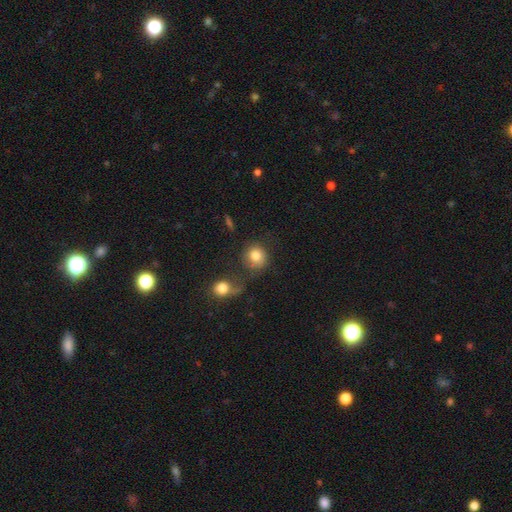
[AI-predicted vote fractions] The model was most divided on "merging": none: 47%, merger: 27%, minor disturbance: 14%, major disturbance: 13%. More confident: how rounded — round (82%); smooth or featured — smooth (80%).